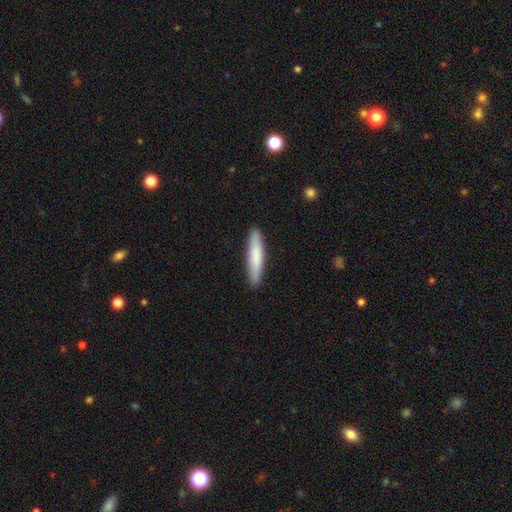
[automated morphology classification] smooth-or-featured: smooth: 77% | featured or disk: 18% | star or artifact: 5%
  how-rounded: cigar-shaped: 89% | in between: 10% | round: 1%
  merging: none: 90% | minor disturbance: 8% | major disturbance: 1% | merger: 1%